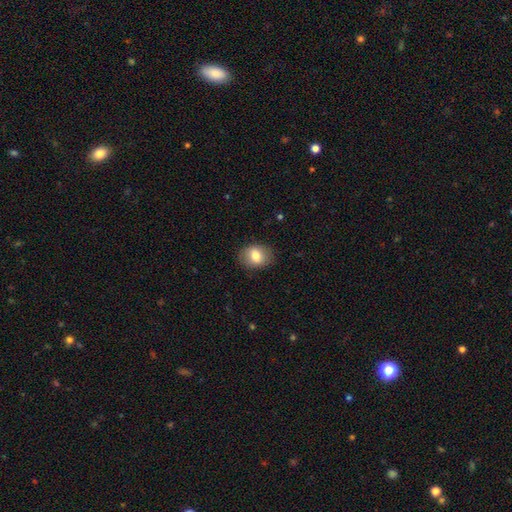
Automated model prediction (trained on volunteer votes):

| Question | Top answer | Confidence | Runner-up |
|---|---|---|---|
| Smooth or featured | smooth | 77% | featured or disk (15%) |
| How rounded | in between | 61% | round (38%) |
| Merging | none | 85% | minor disturbance (11%) |